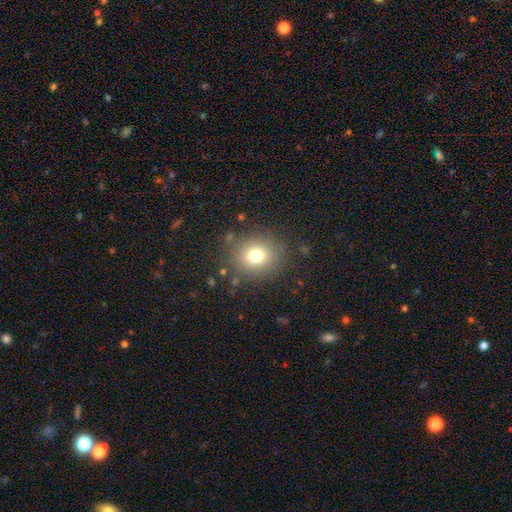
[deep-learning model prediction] Smooth or featured? Predicted: smooth (p=0.74). How rounded? Predicted: round (p=0.82). Merging? Predicted: none (p=0.83).